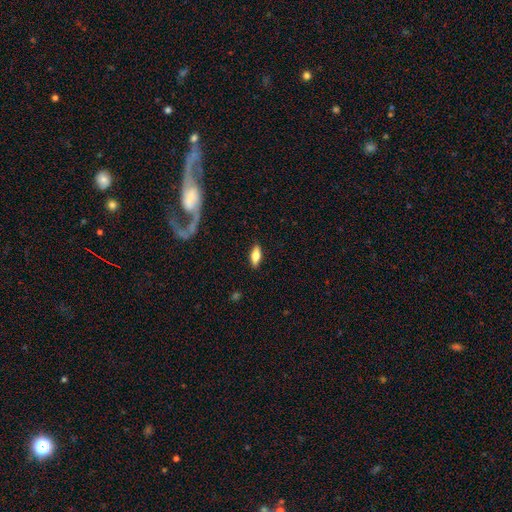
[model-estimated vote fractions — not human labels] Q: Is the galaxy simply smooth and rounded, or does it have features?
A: smooth — 67%.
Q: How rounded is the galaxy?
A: in between — 72%.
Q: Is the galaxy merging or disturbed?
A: none — 87%.